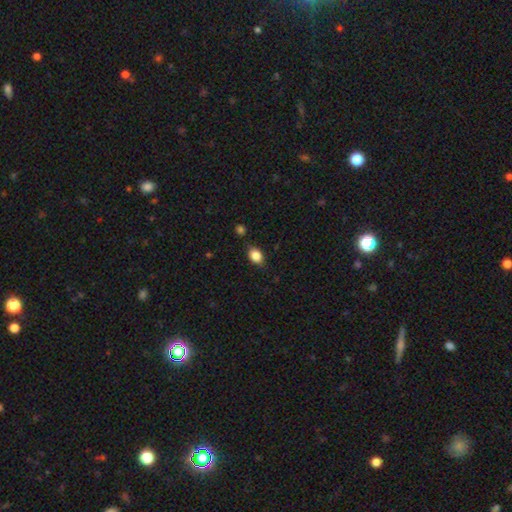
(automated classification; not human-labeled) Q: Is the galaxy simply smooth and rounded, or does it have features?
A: smooth — 85%.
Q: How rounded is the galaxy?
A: in between — 71%.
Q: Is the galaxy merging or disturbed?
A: none — 78%.